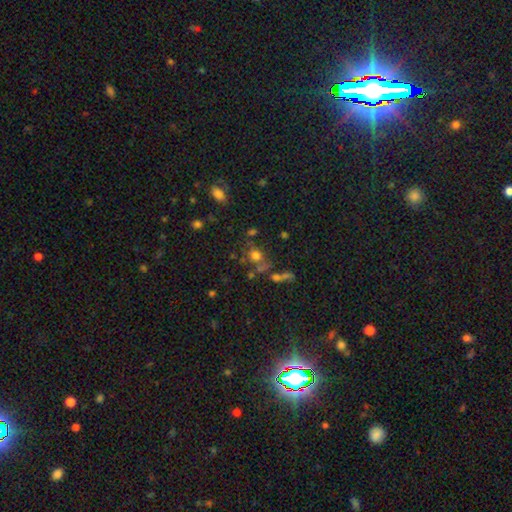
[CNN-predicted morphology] Smooth or featured? smooth (62%)
How rounded? round (74%)
Merging? none (52%)